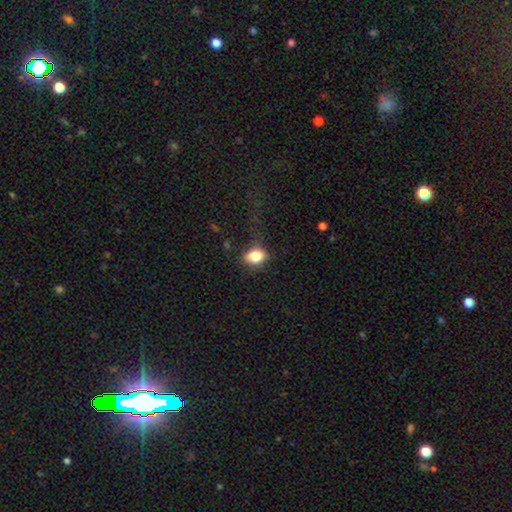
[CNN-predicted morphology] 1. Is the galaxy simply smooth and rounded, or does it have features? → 78% smooth, 12% featured or disk, 10% star or artifact.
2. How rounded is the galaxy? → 73% in between, 24% round, 3% cigar-shaped.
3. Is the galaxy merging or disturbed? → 57% none, 25% minor disturbance, 15% major disturbance, 3% merger.